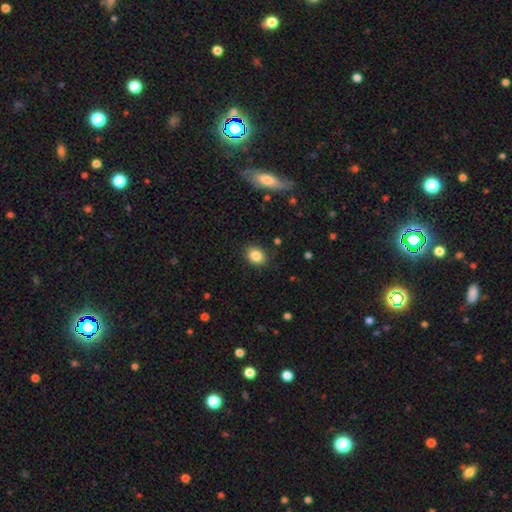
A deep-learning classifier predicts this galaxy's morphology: Smooth or featured? smooth (86%)
How rounded? in between (58%)
Merging? none (86%)